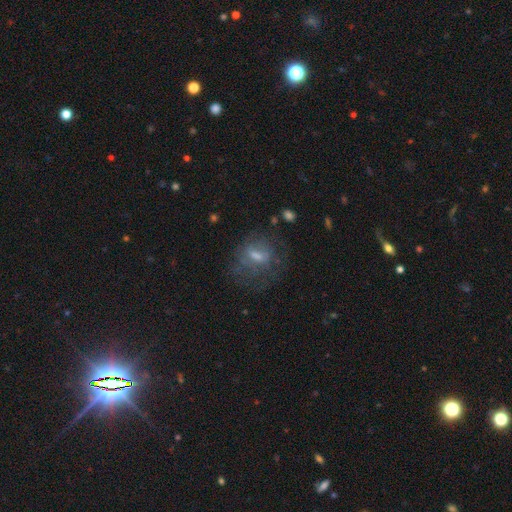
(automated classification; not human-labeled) The model was most divided on "smooth or featured": featured or disk: 40%, smooth: 39%, star or artifact: 21%. More confident: merging — none (59%).